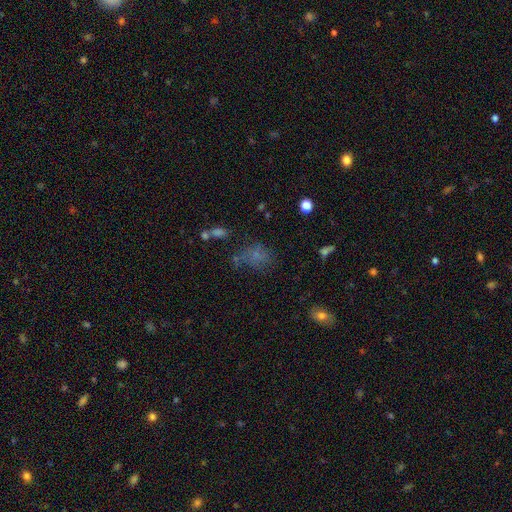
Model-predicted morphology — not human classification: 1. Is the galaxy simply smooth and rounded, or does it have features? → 53% smooth, 26% star or artifact, 21% featured or disk.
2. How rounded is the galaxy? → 60% in between, 37% round, 2% cigar-shaped.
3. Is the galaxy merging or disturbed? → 45% none, 23% major disturbance, 22% minor disturbance, 9% merger.